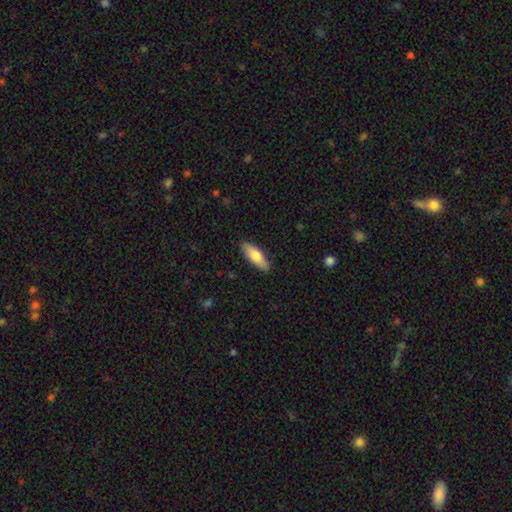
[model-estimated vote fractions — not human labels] This appears to be a smooth galaxy with no disk features (72%) that is in between round and cigar-shaped (58%). Merging: none (88%).